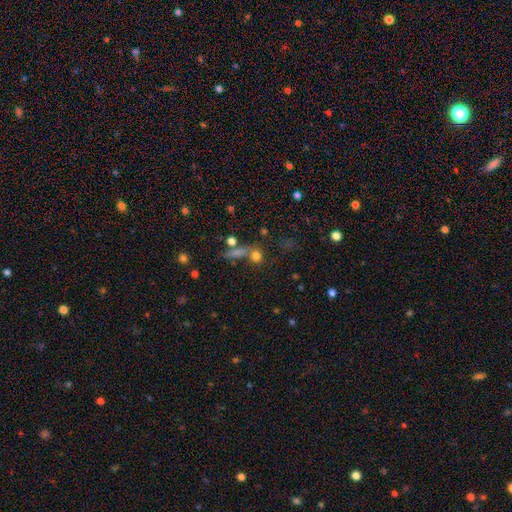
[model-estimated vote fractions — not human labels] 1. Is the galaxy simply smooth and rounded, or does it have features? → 72% smooth, 17% star or artifact, 11% featured or disk.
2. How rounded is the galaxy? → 75% round, 16% in between, 10% cigar-shaped.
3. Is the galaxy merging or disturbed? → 59% none, 24% merger, 11% minor disturbance, 6% major disturbance.